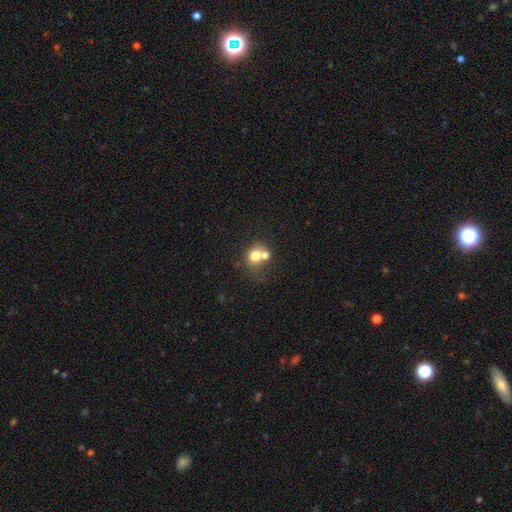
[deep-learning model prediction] Q: Smooth or featured?
A: smooth (71%); runner-up: featured or disk (18%)
Q: How rounded?
A: round (74%); runner-up: in between (25%)
Q: Merging?
A: merger (56%); runner-up: none (32%)